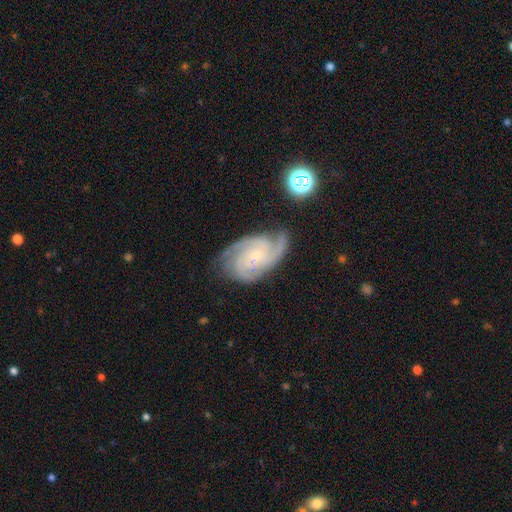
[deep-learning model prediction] Smooth or featured? featured or disk (88%)
Edge-on disk? no (97%)
Bar? no (67%)
Spiral arms? yes (98%)
Spiral winding? tight (55%)
Spiral arm count? 3 (48%)
Bulge size? small (73%)
Merging? none (68%)